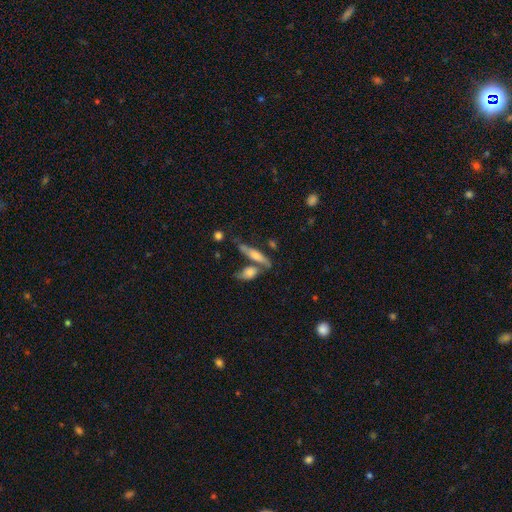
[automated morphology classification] This is possibly a smooth galaxy (52%). How rounded: likely cigar-shaped (69%). Merging: possibly none (54%).